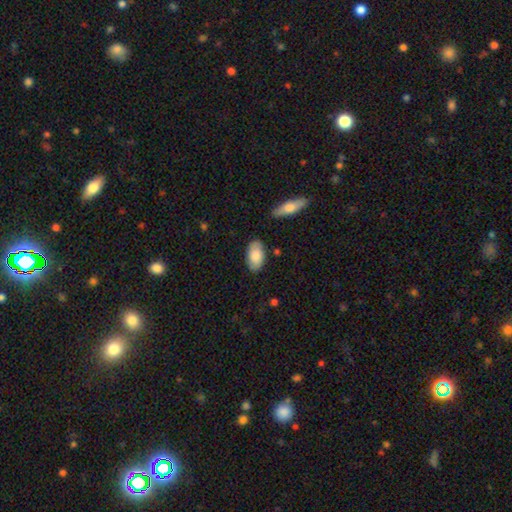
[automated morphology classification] A smooth galaxy with no disk features (80%) that is in between round and cigar-shaped (94%). Merging: none (83%).